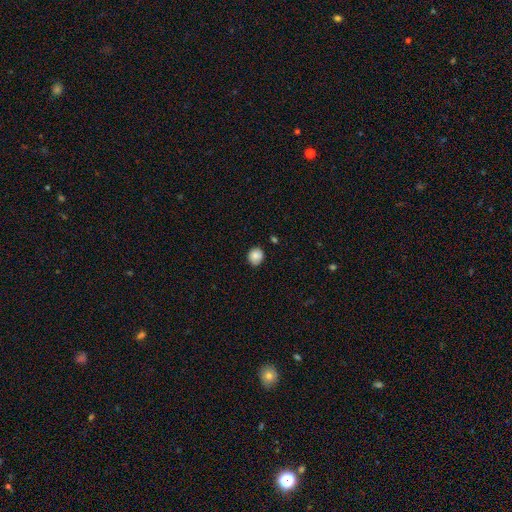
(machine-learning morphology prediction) The model was most divided on "how rounded": round: 80%, in between: 19%, cigar-shaped: 1%. More confident: smooth or featured — smooth (86%); merging — none (83%).